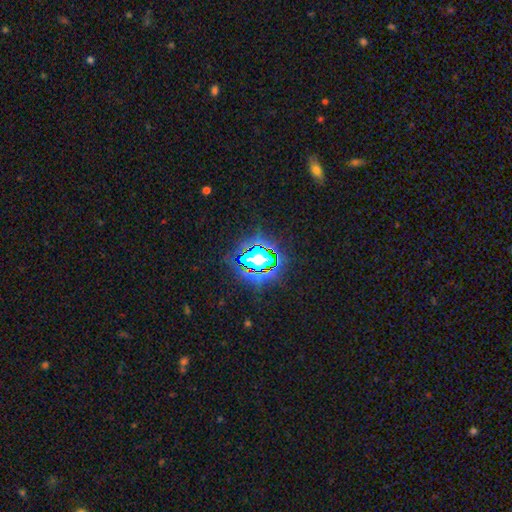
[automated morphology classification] Overall: star or artifact (71%).